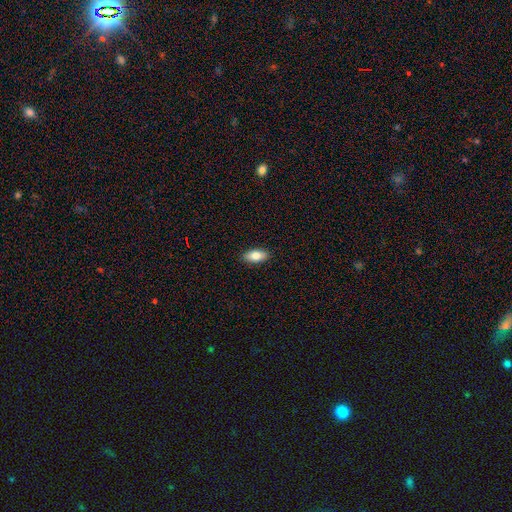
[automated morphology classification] smooth-or-featured: smooth: 80% | featured or disk: 13% | star or artifact: 7%
  how-rounded: in between: 87% | cigar-shaped: 9% | round: 3%
  merging: none: 90% | minor disturbance: 8% | major disturbance: 2% | merger: 1%